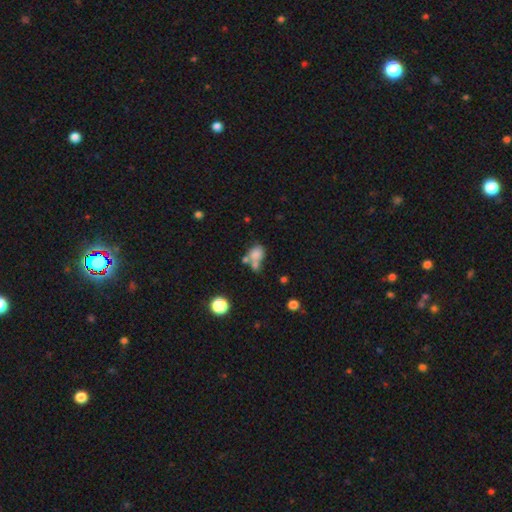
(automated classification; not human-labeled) Smooth or featured? Predicted: smooth (p=0.74). How rounded? Predicted: in between (p=0.54). Merging? Predicted: merger (p=0.48).